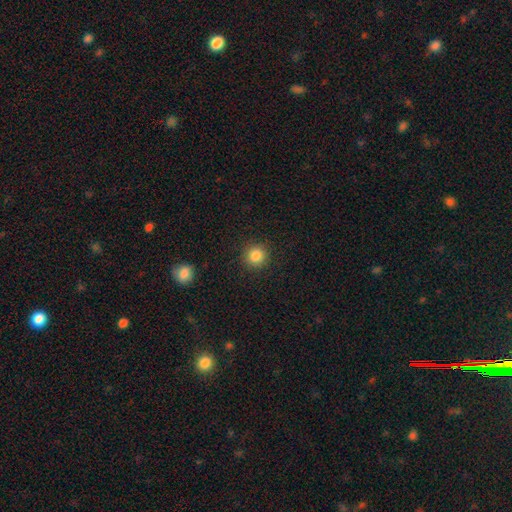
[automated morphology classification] The model was most divided on "smooth or featured": smooth: 85%, star or artifact: 11%, featured or disk: 4%. More confident: how rounded — round (93%); merging — none (91%).